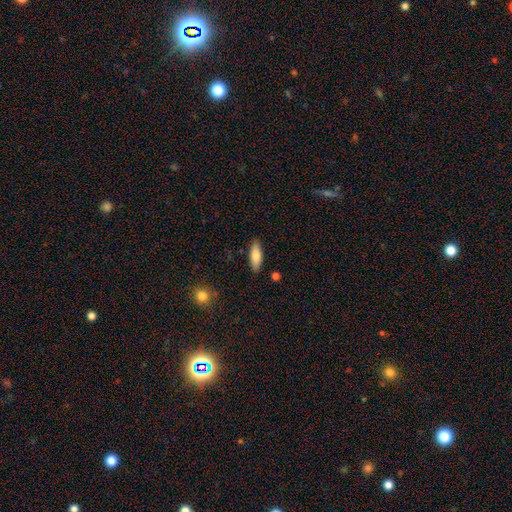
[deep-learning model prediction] This is likely a smooth galaxy (76%). How rounded: possibly in between (58%). Merging: clearly none (87%).